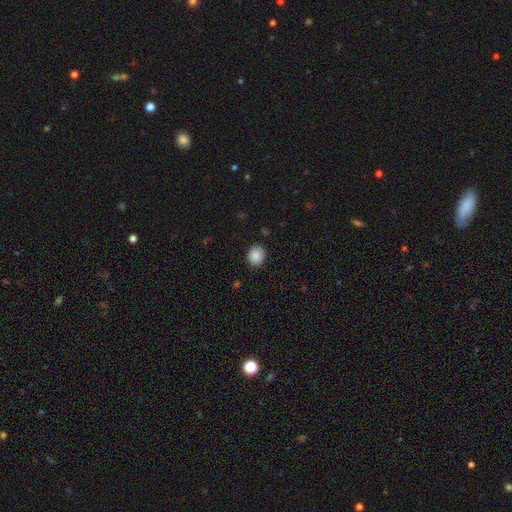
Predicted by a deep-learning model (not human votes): Smooth or featured? Predicted: smooth (p=0.88). How rounded? Predicted: round (p=0.76). Merging? Predicted: none (p=0.88).